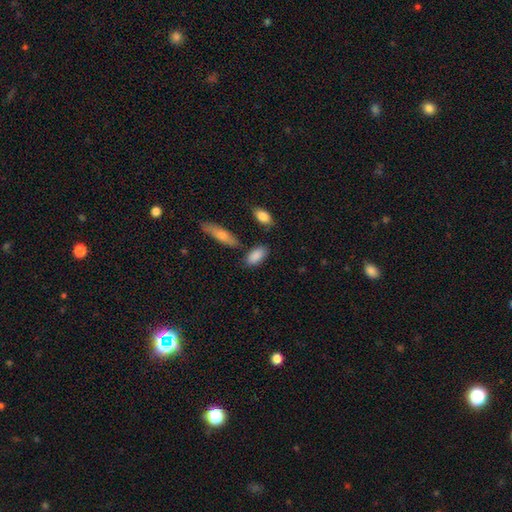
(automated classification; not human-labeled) Q: Smooth or featured?
A: smooth (87%); runner-up: featured or disk (7%)
Q: How rounded?
A: in between (89%); runner-up: cigar-shaped (7%)
Q: Merging?
A: none (74%); runner-up: minor disturbance (15%)